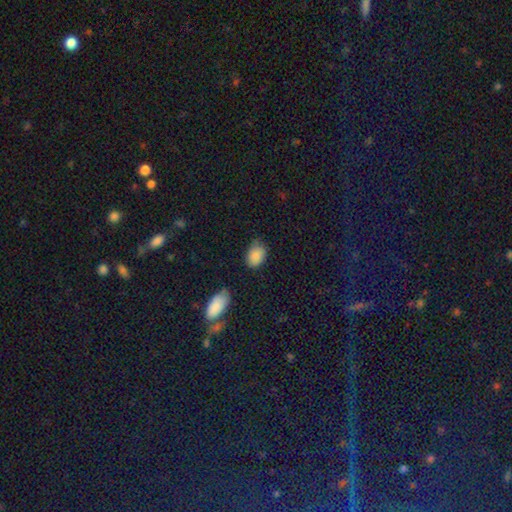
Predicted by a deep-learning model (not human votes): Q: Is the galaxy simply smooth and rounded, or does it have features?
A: smooth — 87%.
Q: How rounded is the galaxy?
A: in between — 83%.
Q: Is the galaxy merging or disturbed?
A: none — 65%.